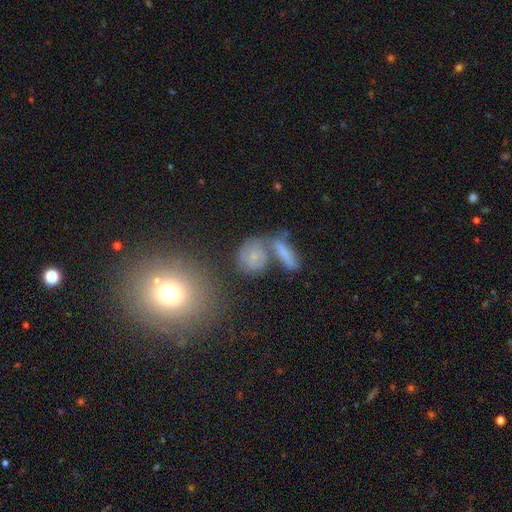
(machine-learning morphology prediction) A smooth galaxy with no disk features (50%). Merging: none (58%).